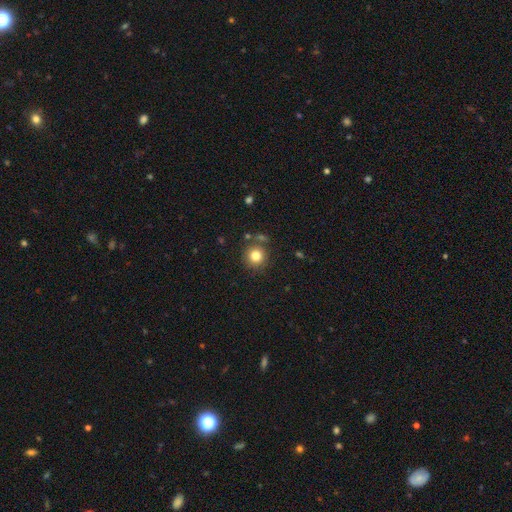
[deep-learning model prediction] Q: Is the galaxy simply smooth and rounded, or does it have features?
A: smooth — 80%.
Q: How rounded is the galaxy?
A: round — 93%.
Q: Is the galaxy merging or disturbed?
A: none — 81%.